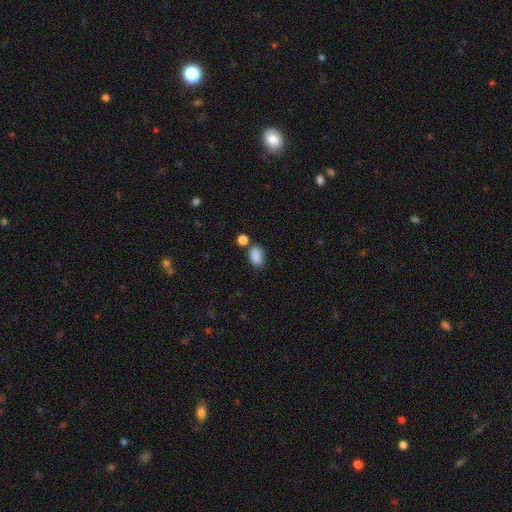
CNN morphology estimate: Overall: smooth (86%). How rounded: in between (83%). Merging: none (61%).